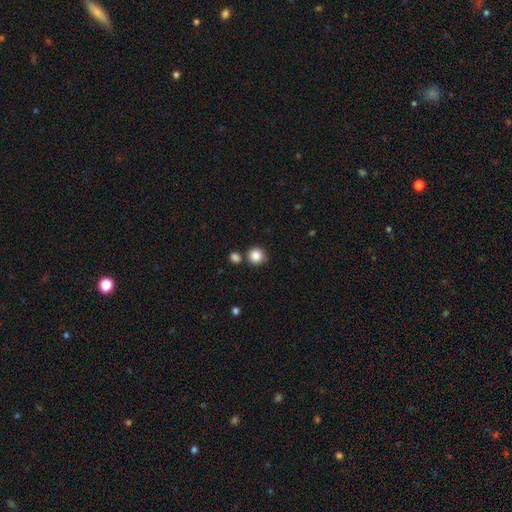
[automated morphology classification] Q: Smooth or featured?
A: smooth (86%); runner-up: star or artifact (10%)
Q: How rounded?
A: round (92%); runner-up: in between (7%)
Q: Merging?
A: none (76%); runner-up: merger (11%)